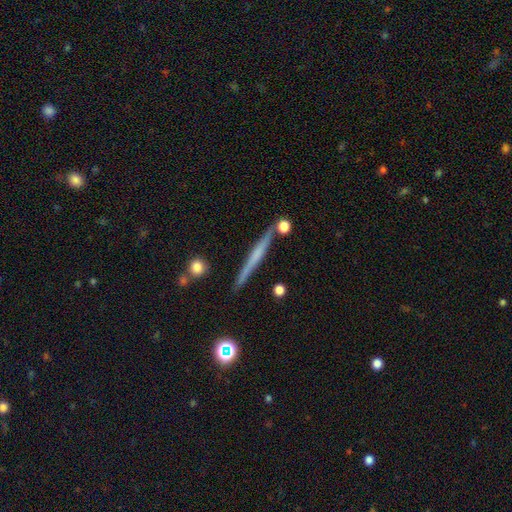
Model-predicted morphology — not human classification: A featured or disk galaxy (59%) viewed edge-on (97%) with no central bulge (63%). Merging: none (86%).